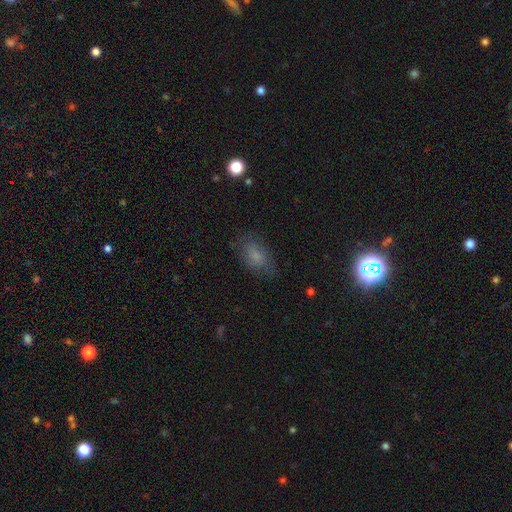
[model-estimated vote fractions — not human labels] Smooth or featured? Predicted: smooth (p=0.73). How rounded? Predicted: in between (p=0.87). Merging? Predicted: none (p=0.72).